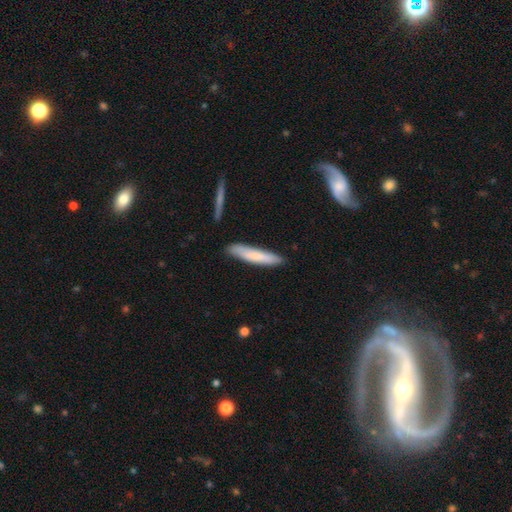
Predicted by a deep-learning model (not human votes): smooth_or_featured: smooth (p=0.74) [alt: featured or disk p=0.21]
how_rounded: cigar-shaped (p=0.89) [alt: in between p=0.10]
merging: none (p=0.85) [alt: minor disturbance p=0.11]